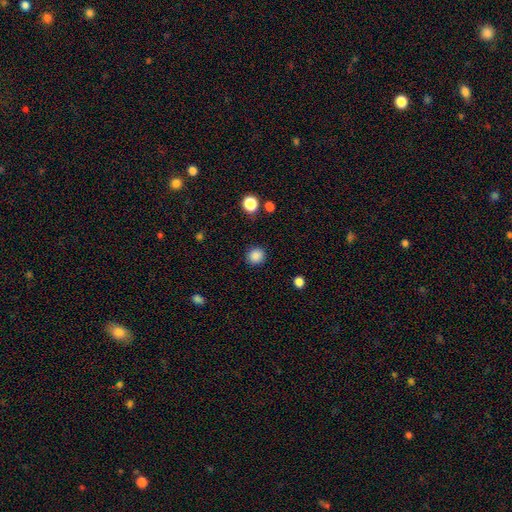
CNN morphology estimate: A smooth galaxy with no disk features (86%) that is round (86%). Merging: none (89%).